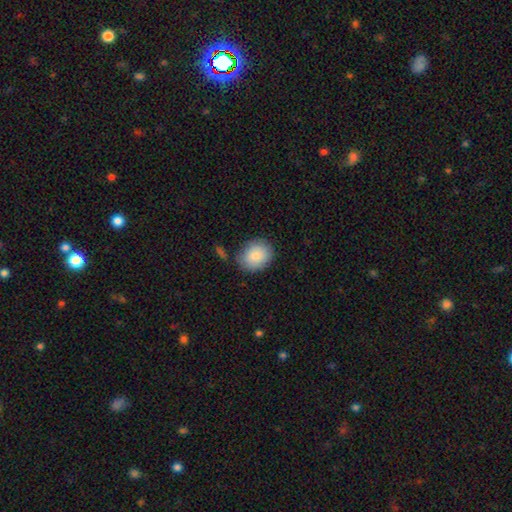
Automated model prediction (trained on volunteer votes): This is clearly a smooth galaxy (86%). How rounded: possibly round (51%). Merging: likely none (76%).